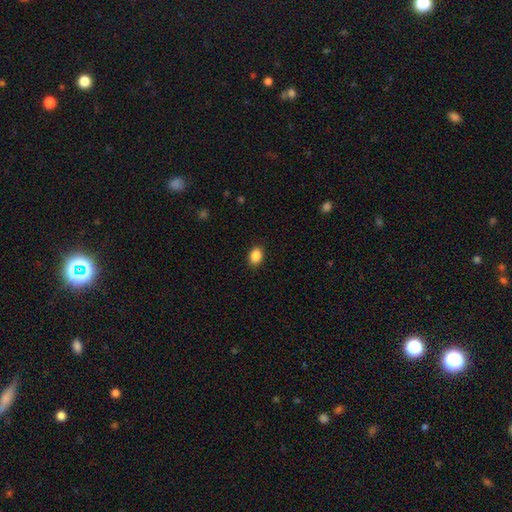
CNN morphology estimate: Smooth or featured?
  - smooth: 88% *
  - star or artifact: 8%
  - featured or disk: 4%
How rounded?
  - in between: 76% *
  - round: 23%
  - cigar-shaped: 1%
Merging?
  - none: 89% *
  - minor disturbance: 8%
  - major disturbance: 2%
  - merger: 1%